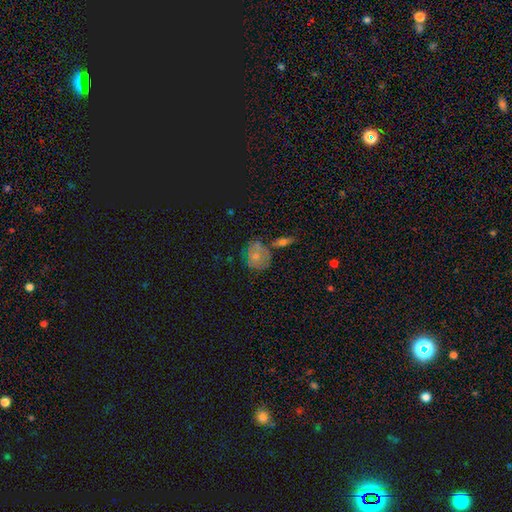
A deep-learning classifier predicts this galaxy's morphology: Q: Smooth or featured?
A: smooth (54%); runner-up: featured or disk (38%)
Q: How rounded?
A: round (62%); runner-up: in between (36%)
Q: Merging?
A: none (54%); runner-up: minor disturbance (24%)